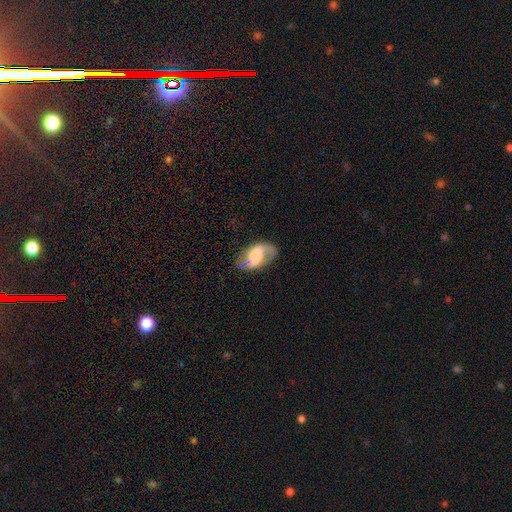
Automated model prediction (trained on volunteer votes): Smooth or featured?
  - featured or disk: 59% *
  - smooth: 33%
  - star or artifact: 8%
Edge-on disk?
  - no: 95% *
  - yes: 5%
Bar?
  - no: 44% *
  - weak: 38%
  - strong: 18%
Spiral arms?
  - yes: 81% *
  - no: 19%
Bulge size?
  - moderate: 33% *
  - large: 32%
  - small: 18%
  - none: 12%
  - dominant: 5%
Merging?
  - none: 58% *
  - minor disturbance: 25%
  - major disturbance: 15%
  - merger: 2%